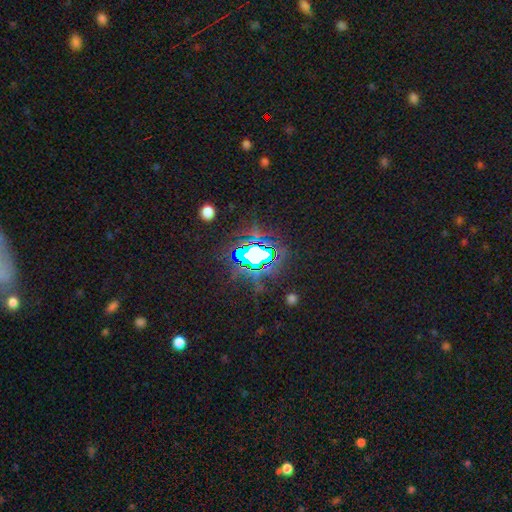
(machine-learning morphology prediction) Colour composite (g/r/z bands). It shows a star or artifact, not a galaxy (72%).